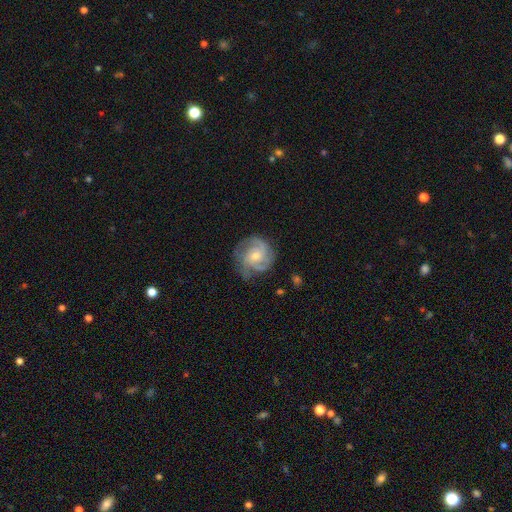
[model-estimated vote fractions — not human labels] The model was most divided on "bulge size": small: 48%, moderate: 47%, large: 2%, none: 2%, dominant: 1%. Remaining: edge-on disk — no (98%); spiral arms — yes (96%); smooth or featured — featured or disk (82%); merging — none (70%); bar — no (66%); spiral winding — tight (47%); spiral arm count — 3 (46%).